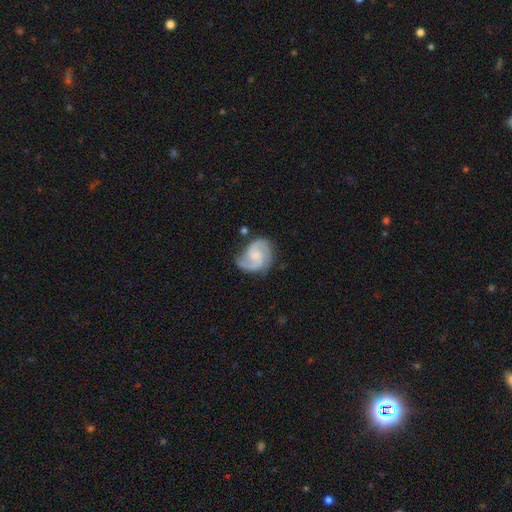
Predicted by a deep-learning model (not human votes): Overall: featured or disk (84%). Edge-on disk: no (98%). Bar: no (54%; weak 39%). Spiral arms: yes (97%). Spiral arm count: 2 (84%). Spiral winding: medium (54%; tight 27%). Bulge size: small (36%; none 29%). Merging: none (66%).